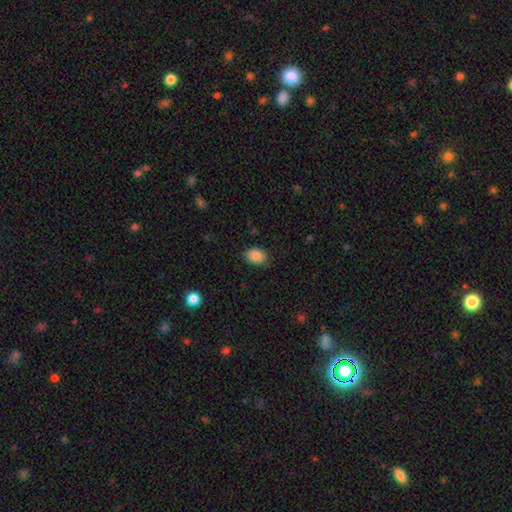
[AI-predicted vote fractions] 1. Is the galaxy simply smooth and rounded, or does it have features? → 87% smooth, 8% star or artifact, 5% featured or disk.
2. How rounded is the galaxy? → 70% in between, 29% round, 1% cigar-shaped.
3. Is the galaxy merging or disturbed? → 83% none, 14% minor disturbance, 3% major disturbance, 1% merger.